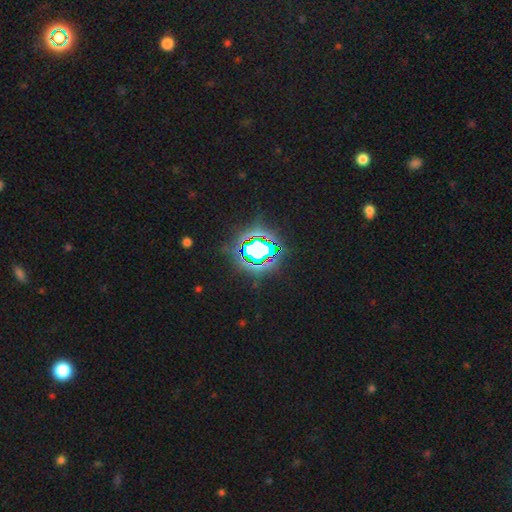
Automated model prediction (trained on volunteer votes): smooth_or_featured: star or artifact (p=0.72) [alt: smooth p=0.16]